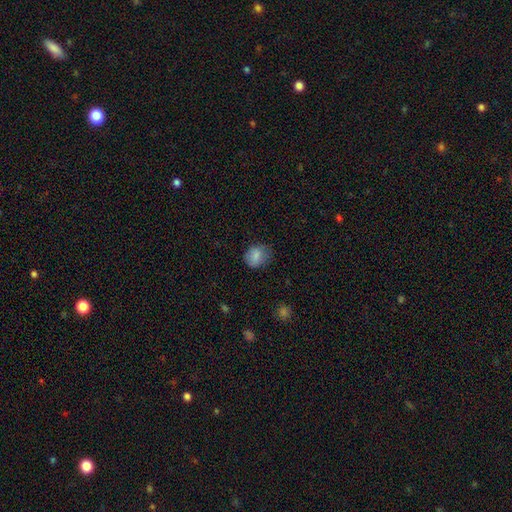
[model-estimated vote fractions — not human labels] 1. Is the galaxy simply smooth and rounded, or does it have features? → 83% smooth, 9% star or artifact, 8% featured or disk.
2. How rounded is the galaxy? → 63% round, 36% in between, 1% cigar-shaped.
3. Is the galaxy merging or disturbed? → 70% none, 23% minor disturbance, 6% major disturbance, 1% merger.